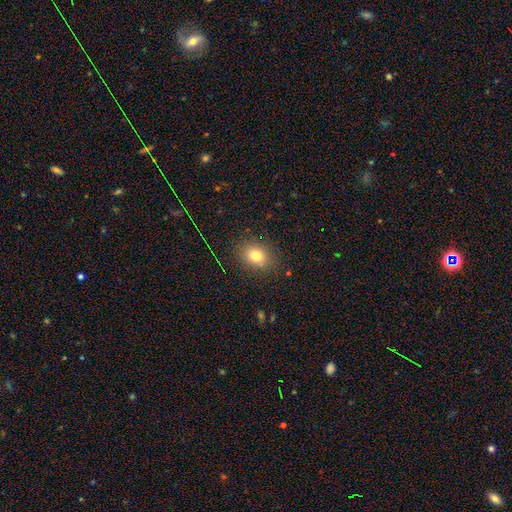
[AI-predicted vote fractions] Morphology: type=smooth (79%); roundness=in between (64%); merging=none (85%).